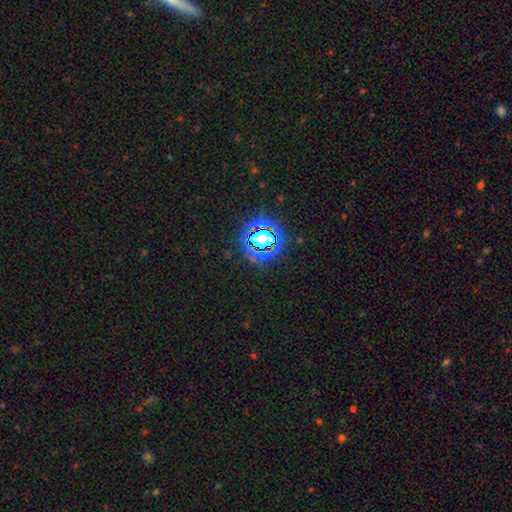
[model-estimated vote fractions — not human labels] Smooth or featured? Predicted: star or artifact (p=0.79).